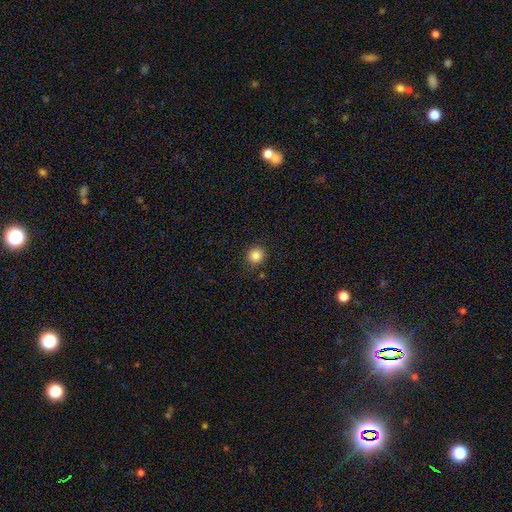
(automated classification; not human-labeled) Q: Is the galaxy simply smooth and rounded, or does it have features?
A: smooth — 85%.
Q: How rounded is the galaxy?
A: round — 89%.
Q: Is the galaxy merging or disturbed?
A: none — 86%.